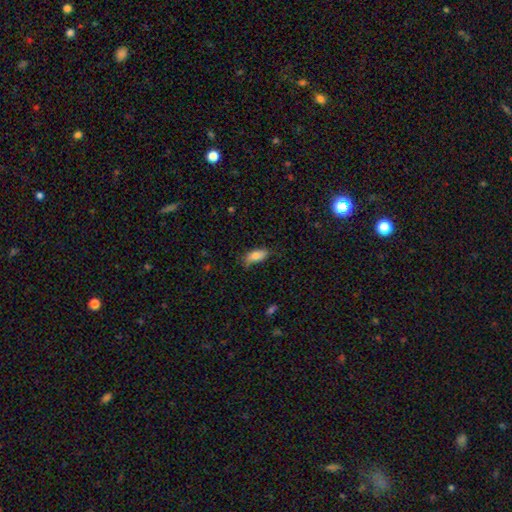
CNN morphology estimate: Overall: smooth (80%). How rounded: in between (84%). Merging: none (62%; minor disturbance 29%).